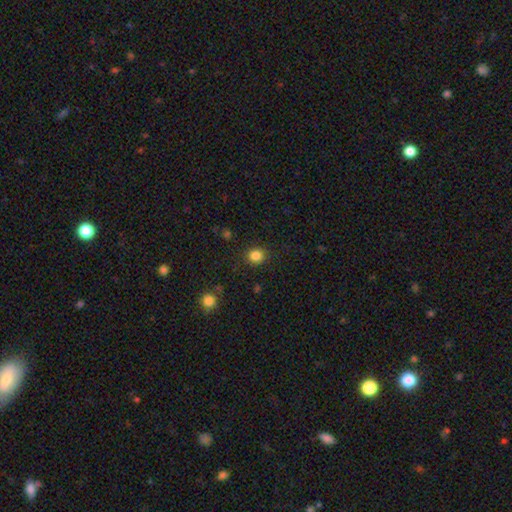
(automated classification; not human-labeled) A smooth galaxy with no disk features (85%) that is round (82%). Merging: none (89%).